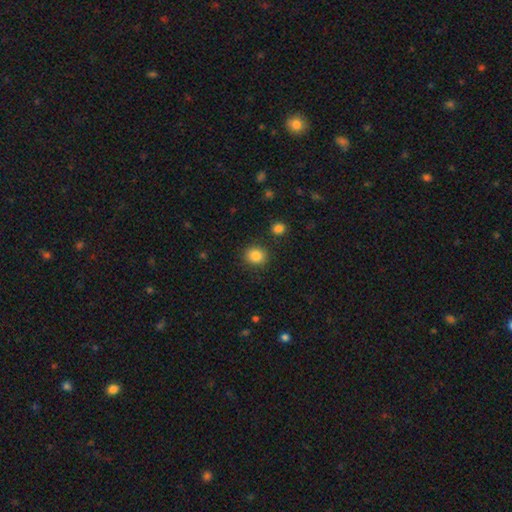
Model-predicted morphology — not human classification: Smooth or featured? smooth (86%)
How rounded? round (80%)
Merging? none (86%)